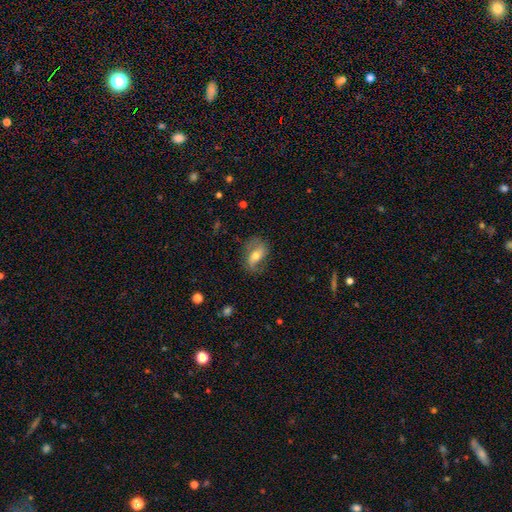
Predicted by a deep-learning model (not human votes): Smooth or featured: featured or disk — 52% (smooth — 41%)
Edge-on disk: no — 90% (yes — 10%)
Merging: none — 68% (minor disturbance — 20%)